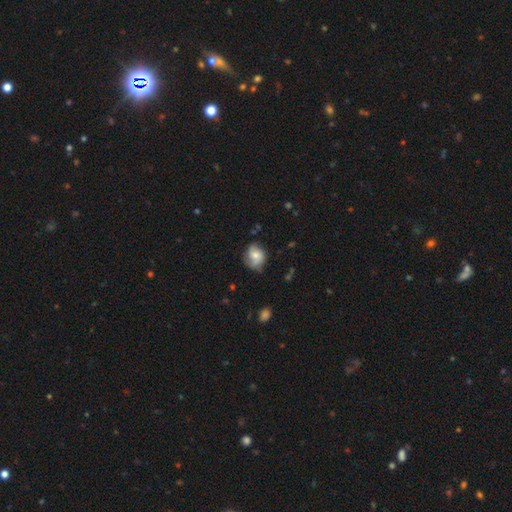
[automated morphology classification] smooth-or-featured: smooth: 47% | featured or disk: 45% | star or artifact: 8%
  merging: none: 58% | minor disturbance: 29% | major disturbance: 11% | merger: 2%